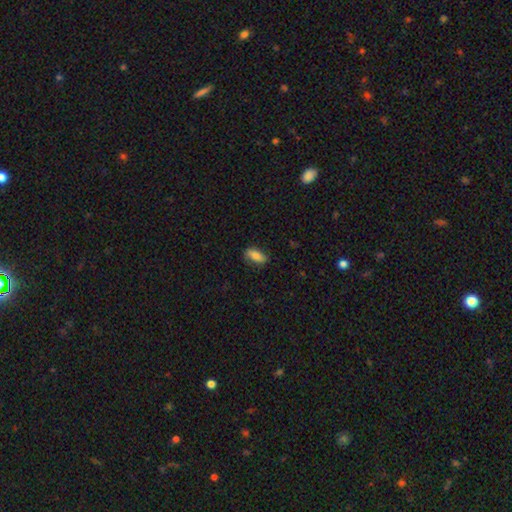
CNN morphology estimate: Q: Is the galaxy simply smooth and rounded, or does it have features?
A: smooth — 75%.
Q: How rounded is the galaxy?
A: in between — 84%.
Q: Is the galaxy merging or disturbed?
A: none — 75%.